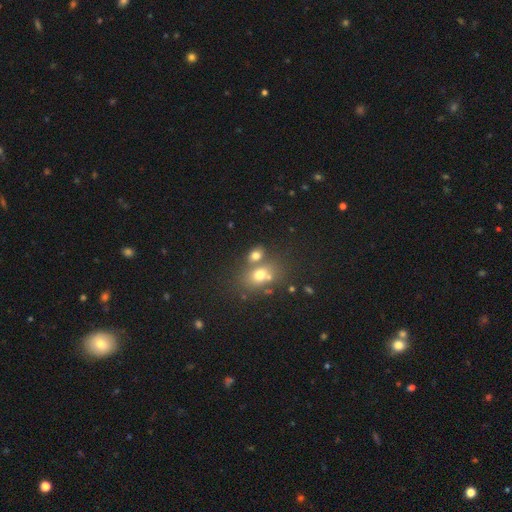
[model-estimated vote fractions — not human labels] A smooth galaxy with no disk features (71%) that is in between round and cigar-shaped (64%). Merging: none (46%).